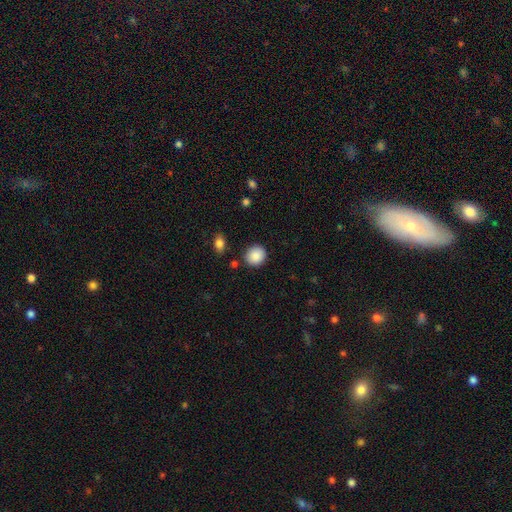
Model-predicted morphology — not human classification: This is clearly a smooth galaxy (89%). How rounded: clearly round (84%). Merging: clearly none (86%).